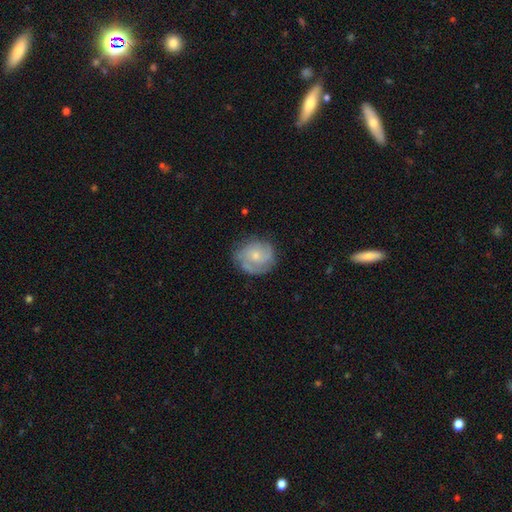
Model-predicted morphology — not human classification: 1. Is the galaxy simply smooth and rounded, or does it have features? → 63% featured or disk, 30% smooth, 7% star or artifact.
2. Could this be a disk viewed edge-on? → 98% no, 2% yes.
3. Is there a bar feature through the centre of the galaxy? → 78% no, 20% weak, 3% strong.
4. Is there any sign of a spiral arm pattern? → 85% yes, 15% no.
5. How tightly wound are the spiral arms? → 52% tight, 36% medium, 13% loose.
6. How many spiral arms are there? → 34% can't tell, 28% 2, 23% 3, 6% 4, 6% 1, 4% more than 4.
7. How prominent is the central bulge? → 64% small, 30% moderate, 4% none, 2% large, 1% dominant.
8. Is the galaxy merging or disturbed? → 71% none, 20% minor disturbance, 7% major disturbance, 1% merger.